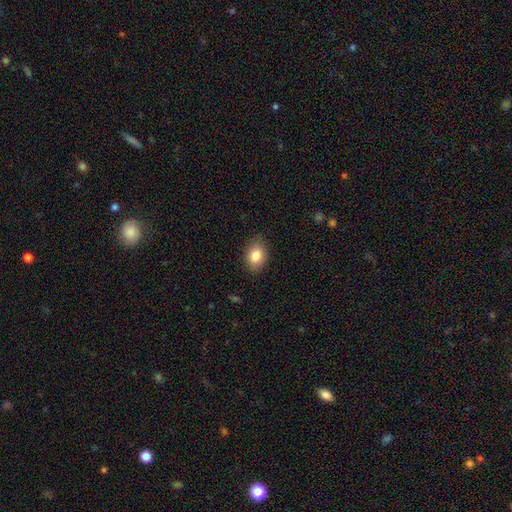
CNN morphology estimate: A smooth galaxy with no disk features (85%) that is in between round and cigar-shaped (77%). Merging: none (85%).